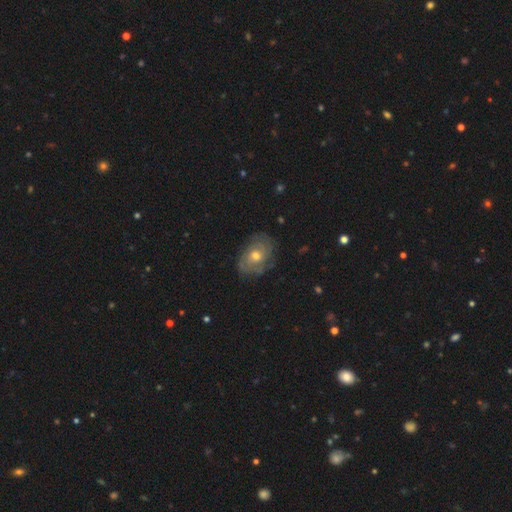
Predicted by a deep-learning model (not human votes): This is likely a featured or disk galaxy (73%). It is clearly not viewed edge-on (96%). Bar: likely no (77%). Spiral arm pattern: clearly yes (86%). Spiral arm count: marginally can't tell (39%). Spiral winding: likely tight (60%). Central bulge: likely moderate (70%). Merging: likely none (76%).